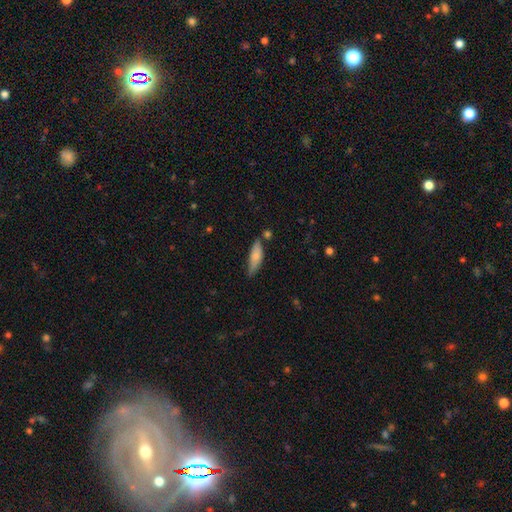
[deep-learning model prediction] A smooth galaxy with no disk features (74%) that is cigar-shaped (52%). Merging: none (62%).